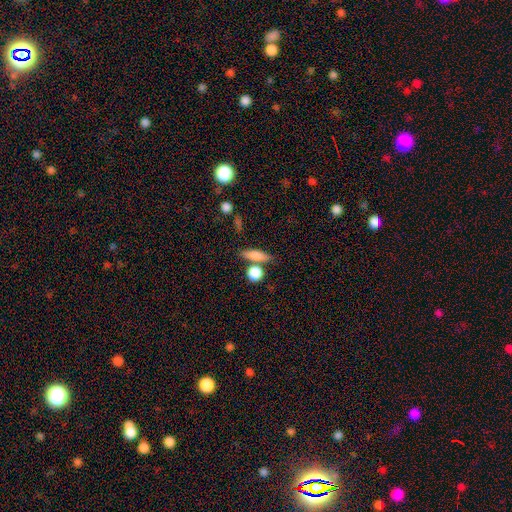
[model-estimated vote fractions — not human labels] smooth-or-featured: smooth: 75% | featured or disk: 17% | star or artifact: 8%
  how-rounded: cigar-shaped: 45% | in between: 39% | round: 16%
  merging: none: 68% | merger: 17% | minor disturbance: 11% | major disturbance: 4%